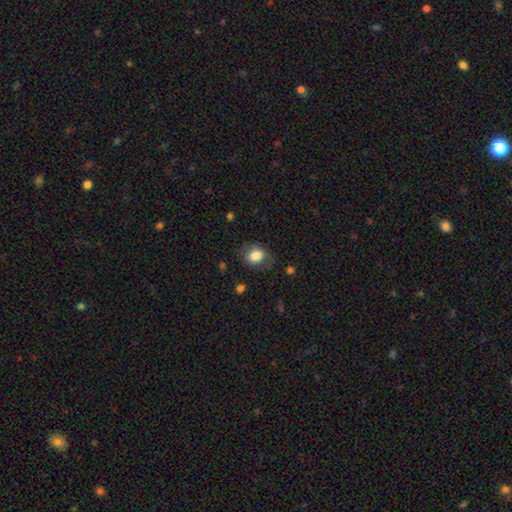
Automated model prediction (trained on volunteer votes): smooth 78%, featured or disk 14%, star or artifact 8%. Down the decision tree: how rounded — in between (55%); merging — none (69%).